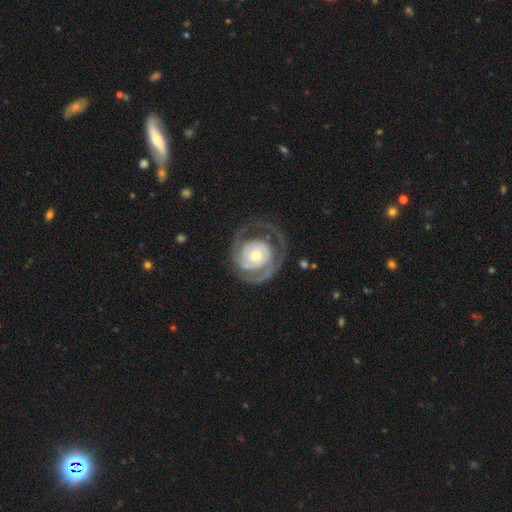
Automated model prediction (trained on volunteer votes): Smooth or featured: featured or disk — 83% (smooth — 13%)
Edge-on disk: no — 98% (yes — 2%)
Bar: no — 75% (weak — 19%)
Spiral arms: yes — 91% (no — 9%)
Spiral winding: tight — 58% (medium — 31%)
Spiral arm count: 2 — 54% (can't tell — 16%)
Bulge size: small — 47% (moderate — 41%)
Merging: none — 62% (major disturbance — 20%)